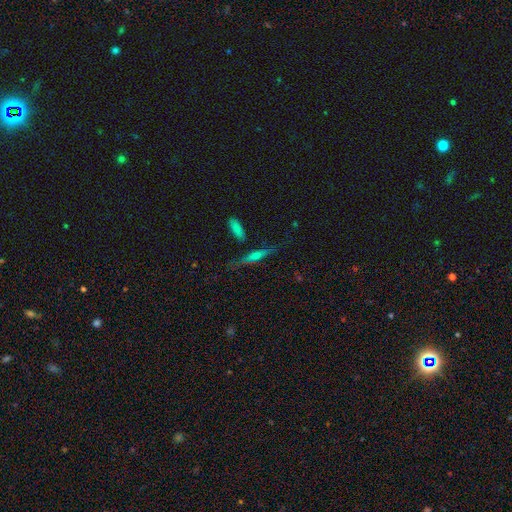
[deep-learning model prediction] Overall: featured or disk (57%; smooth 33%). Edge-on disk: yes (91%). Edge-on bulge: rounded (75%). Merging: none (73%).